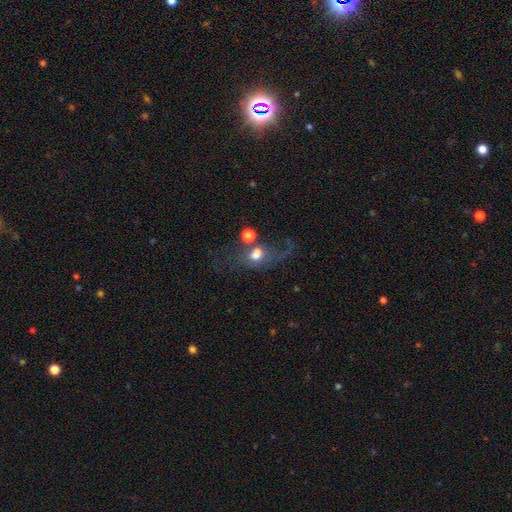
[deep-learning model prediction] smooth-or-featured: smooth: 55% | featured or disk: 29% | star or artifact: 15%
  how-rounded: round: 53% | in between: 43% | cigar-shaped: 4%
  merging: merger: 40% | none: 26% | major disturbance: 22% | minor disturbance: 12%